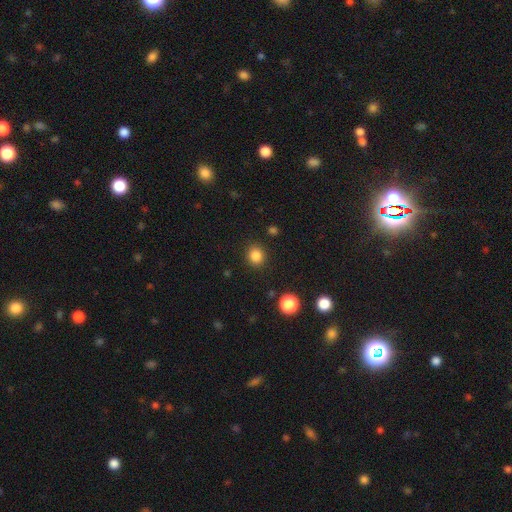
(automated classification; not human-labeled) Smooth or featured? Predicted: smooth (p=0.84). How rounded? Predicted: round (p=0.82). Merging? Predicted: none (p=0.89).